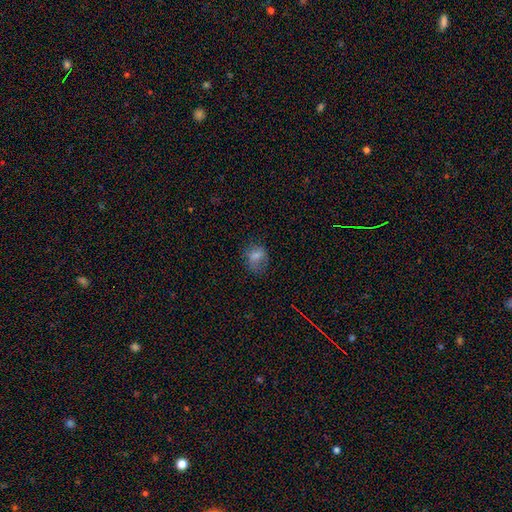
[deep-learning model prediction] This appears to be a smooth galaxy with no disk features (66%) that is round (50%). Merging: none (64%).